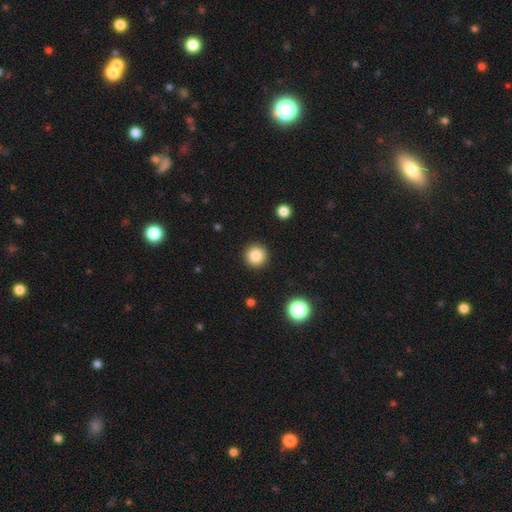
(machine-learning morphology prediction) This is clearly a smooth galaxy (84%). How rounded: clearly round (96%). Merging: clearly none (92%).